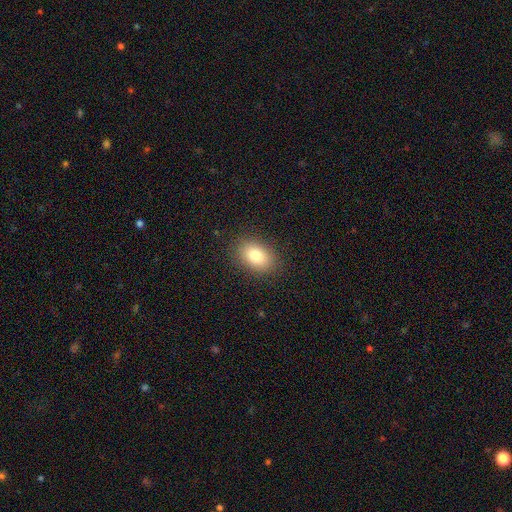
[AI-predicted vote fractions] smooth-or-featured: smooth: 81% | featured or disk: 10% | star or artifact: 9%
  how-rounded: in between: 82% | round: 16% | cigar-shaped: 1%
  merging: none: 87% | minor disturbance: 9% | major disturbance: 3% | merger: 1%